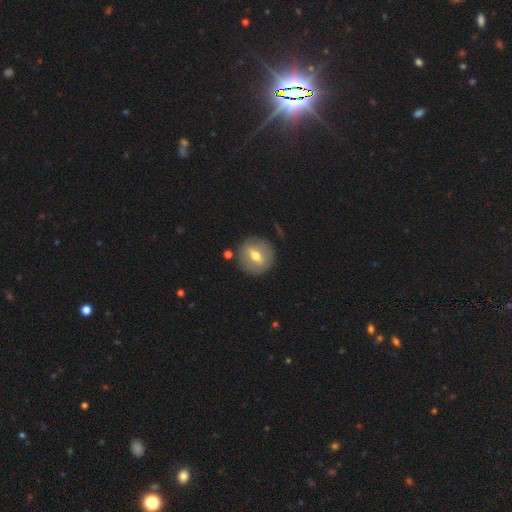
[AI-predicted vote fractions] The model was most divided on "smooth or featured": featured or disk: 47%, smooth: 45%, star or artifact: 8%. More confident: merging — none (85%).